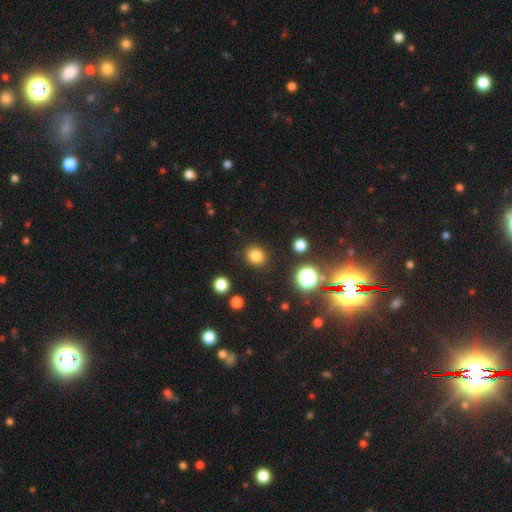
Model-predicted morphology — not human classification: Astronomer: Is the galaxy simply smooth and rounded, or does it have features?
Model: smooth — 81%.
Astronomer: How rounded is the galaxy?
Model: round — 79%.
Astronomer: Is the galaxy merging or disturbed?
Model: none — 88%.